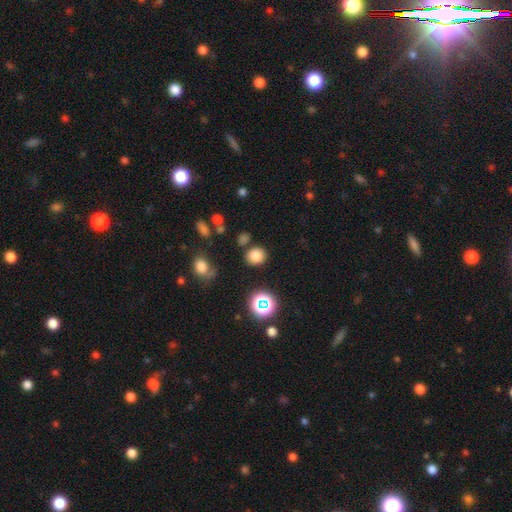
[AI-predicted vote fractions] Smooth or featured? Predicted: smooth (p=0.78). How rounded? Predicted: round (p=0.80). Merging? Predicted: none (p=0.82).